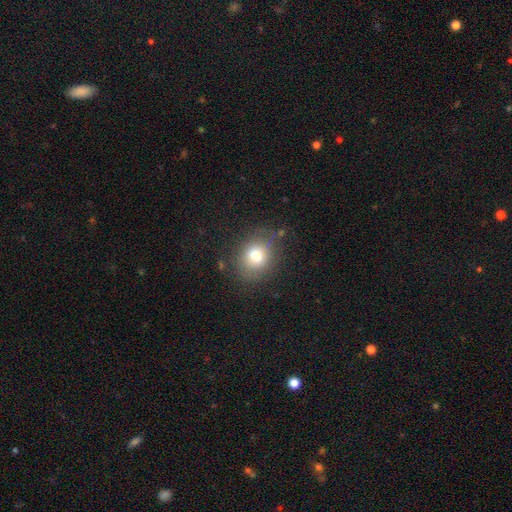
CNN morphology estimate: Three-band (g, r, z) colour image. It shows a smooth galaxy with no disk features (78%) that is round (62%). Merging: none (74%).